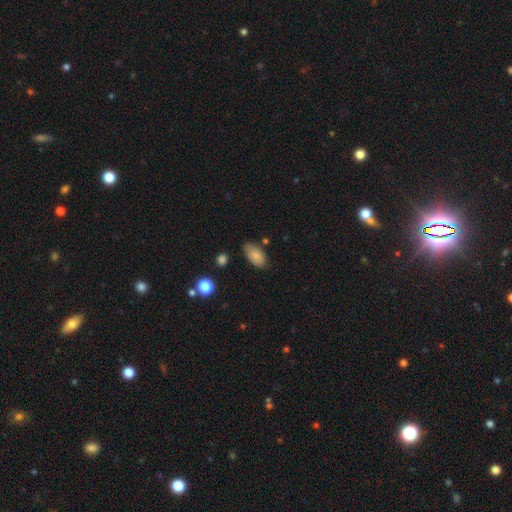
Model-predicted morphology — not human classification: This appears to be a smooth galaxy with no disk features (85%) that is in between round and cigar-shaped (93%). Merging: none (73%).